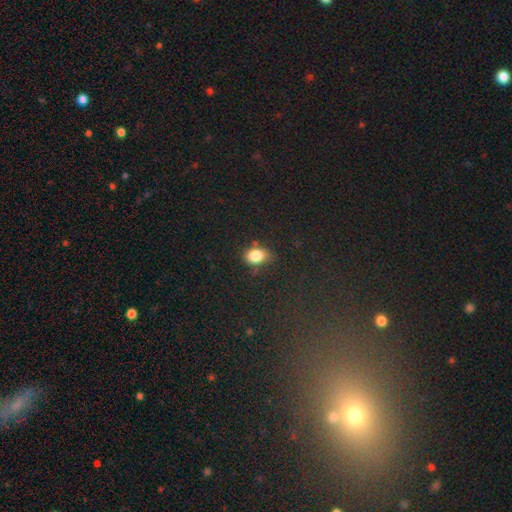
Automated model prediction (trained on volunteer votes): This appears to be a smooth galaxy with no disk features (84%) that is in between round and cigar-shaped (70%). Merging: none (65%).